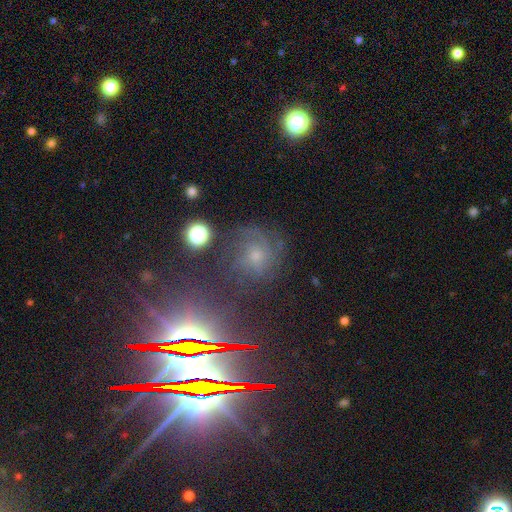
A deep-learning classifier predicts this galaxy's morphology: The model was most divided on "smooth or featured": featured or disk: 43%, star or artifact: 36%, smooth: 20%. More confident: merging — none (69%).